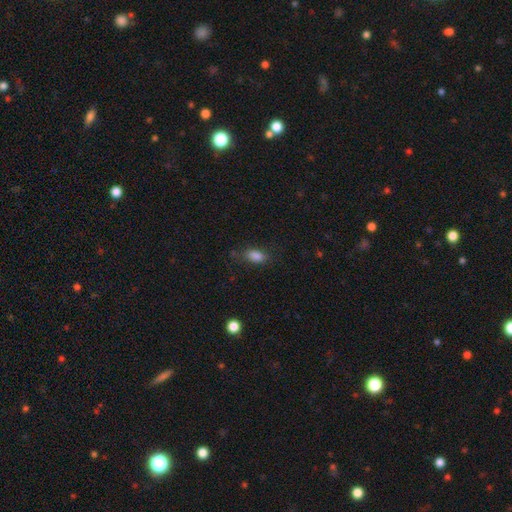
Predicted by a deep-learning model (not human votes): A smooth galaxy with no disk features (85%) that is in between round and cigar-shaped (87%). Merging: none (75%).